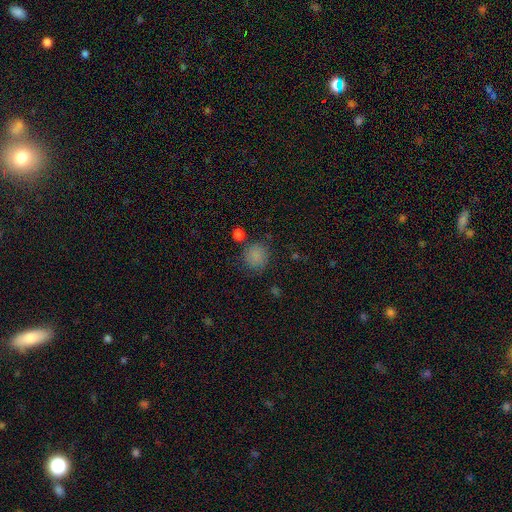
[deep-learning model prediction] This appears to be a smooth galaxy with no disk features (83%) that is round (86%). Merging: none (77%).